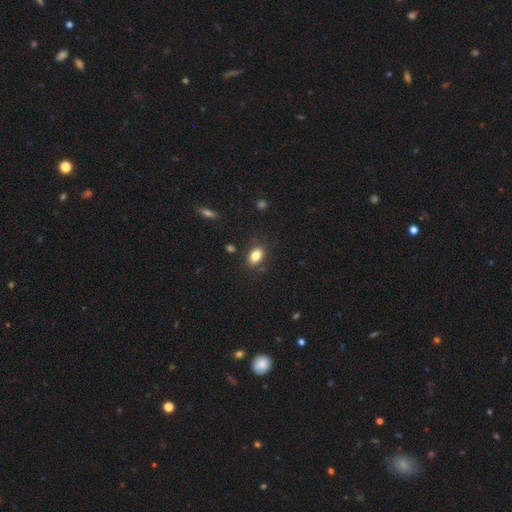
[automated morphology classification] smooth_or_featured: smooth (p=0.82) [alt: star or artifact p=0.09]
how_rounded: in between (p=0.84) [alt: round p=0.14]
merging: none (p=0.83) [alt: minor disturbance p=0.12]